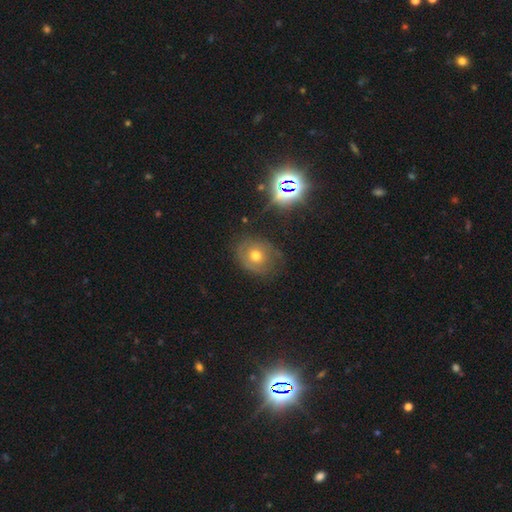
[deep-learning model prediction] Overall: smooth (50%; featured or disk 34%). How rounded: round (66%; in between 33%). Merging: none (67%).